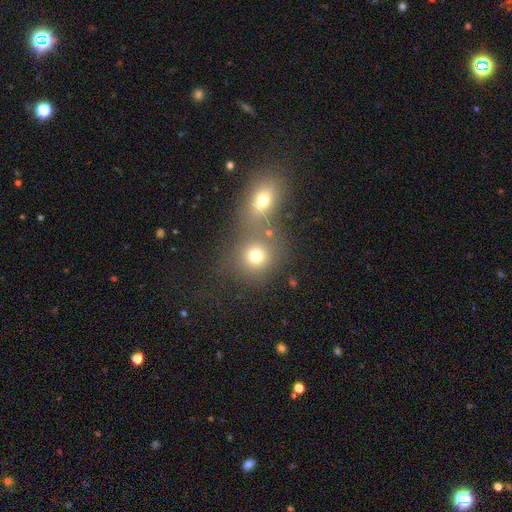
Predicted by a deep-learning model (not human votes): Q: Smooth or featured?
A: smooth (74%); runner-up: star or artifact (15%)
Q: How rounded?
A: round (80%); runner-up: in between (19%)
Q: Merging?
A: merger (46%); runner-up: none (43%)